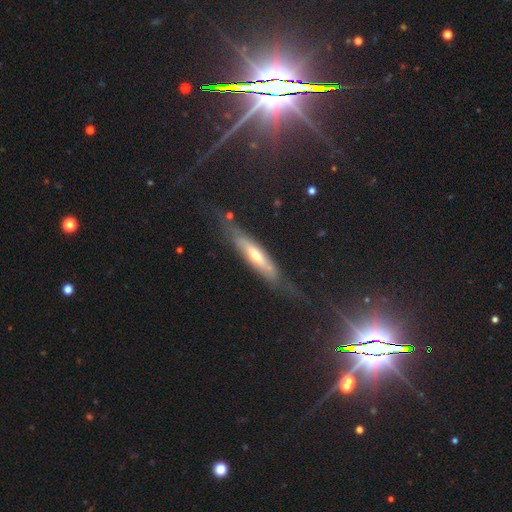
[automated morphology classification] Smooth or featured?
  - featured or disk: 61% *
  - smooth: 27%
  - star or artifact: 12%
Edge-on disk?
  - yes: 66% *
  - no: 34%
Merging?
  - none: 66% *
  - minor disturbance: 21%
  - major disturbance: 10%
  - merger: 2%